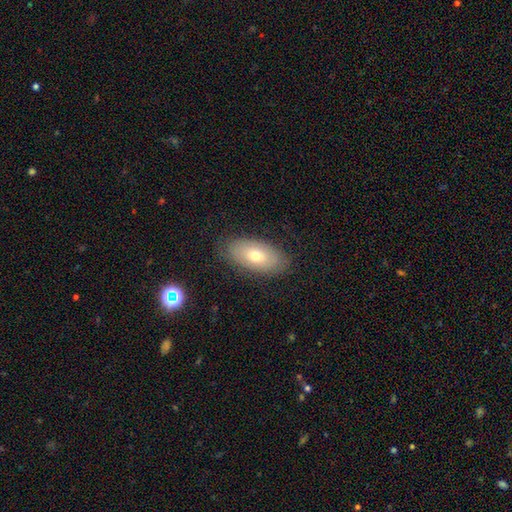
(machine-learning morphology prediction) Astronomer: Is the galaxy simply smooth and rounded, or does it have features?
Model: smooth — 59%.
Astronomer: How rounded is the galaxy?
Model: in between — 91%.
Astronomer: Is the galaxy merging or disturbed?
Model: none — 84%.